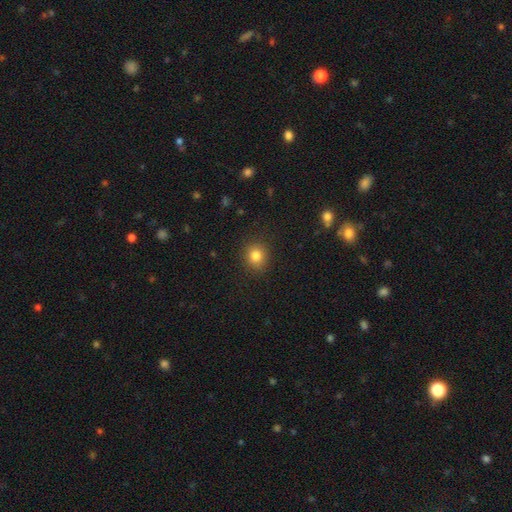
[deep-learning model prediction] This appears to be a smooth galaxy with no disk features (82%) that is round (81%). Merging: none (89%).